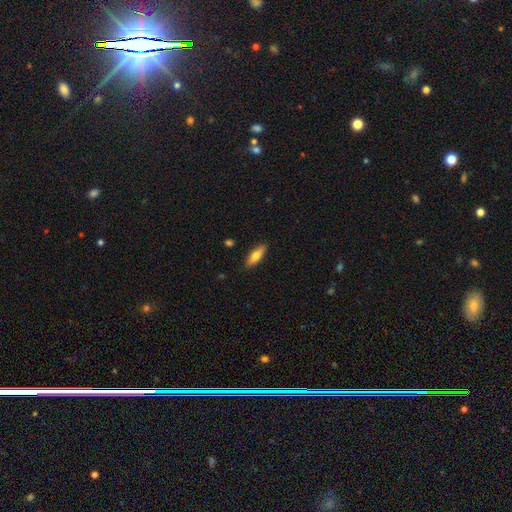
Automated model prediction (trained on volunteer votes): Overall: smooth (73%). How rounded: in between (56%; cigar-shaped 41%). Merging: none (88%).